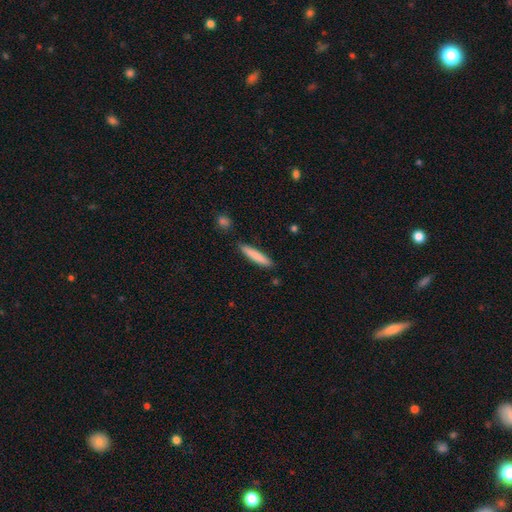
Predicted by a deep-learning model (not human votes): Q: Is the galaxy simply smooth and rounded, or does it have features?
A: smooth — 81%.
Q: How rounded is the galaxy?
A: cigar-shaped — 90%.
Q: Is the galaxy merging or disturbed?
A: none — 87%.